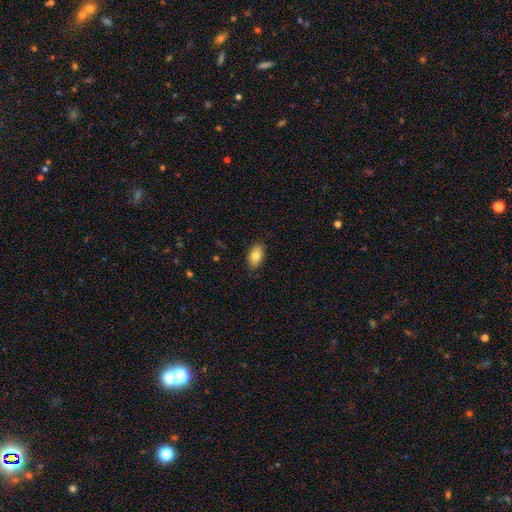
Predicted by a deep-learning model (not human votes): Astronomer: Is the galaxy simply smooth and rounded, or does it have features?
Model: smooth — 80%.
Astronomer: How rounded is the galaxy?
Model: in between — 92%.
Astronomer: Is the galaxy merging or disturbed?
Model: none — 87%.